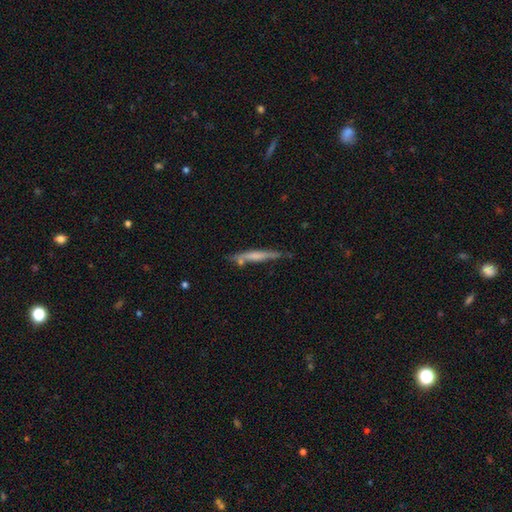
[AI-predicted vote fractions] smooth 52%, featured or disk 42%, star or artifact 6%. Down the decision tree: how rounded — cigar-shaped (94%); merging — none (70%).